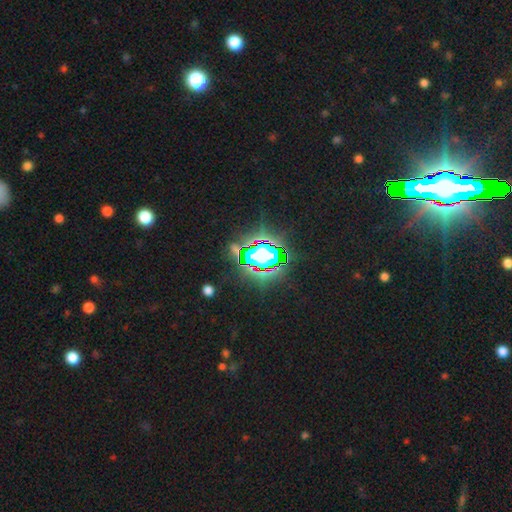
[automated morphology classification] This appears to be a star or artifact, not a galaxy (77%).